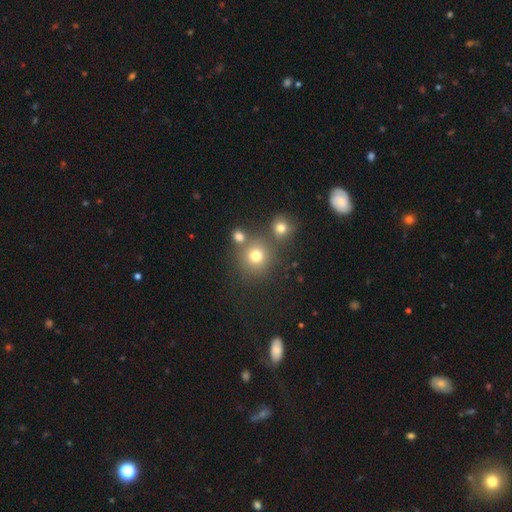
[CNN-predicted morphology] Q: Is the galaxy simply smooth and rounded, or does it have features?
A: smooth — 75%.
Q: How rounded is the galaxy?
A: round — 89%.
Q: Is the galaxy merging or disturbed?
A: none — 68%.